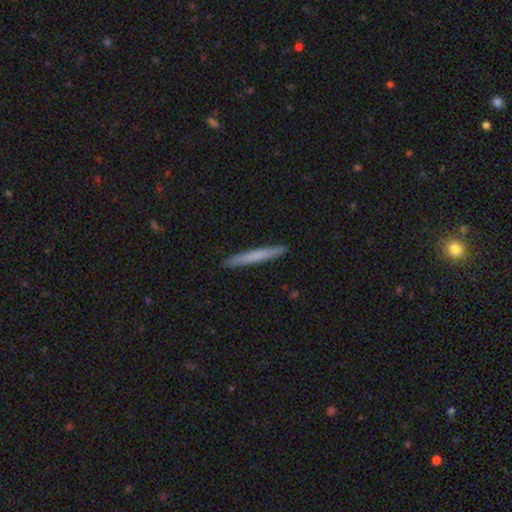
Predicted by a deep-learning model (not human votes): This is likely a smooth galaxy (64%). How rounded: clearly cigar-shaped (97%). Merging: clearly none (92%).